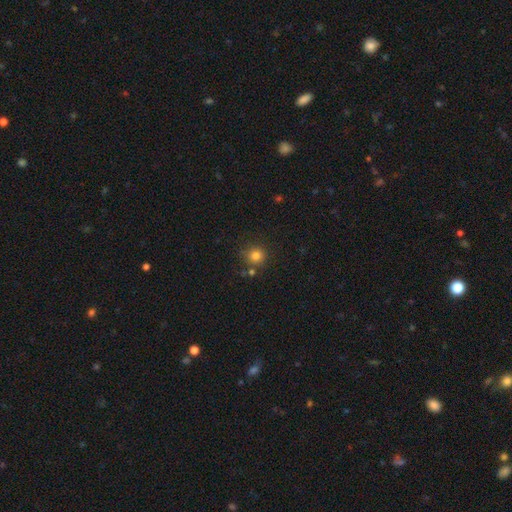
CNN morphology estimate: smooth_or_featured: smooth (p=0.81) [alt: star or artifact p=0.13]
how_rounded: round (p=0.93) [alt: in between p=0.06]
merging: none (p=0.78) [alt: minor disturbance p=0.11]